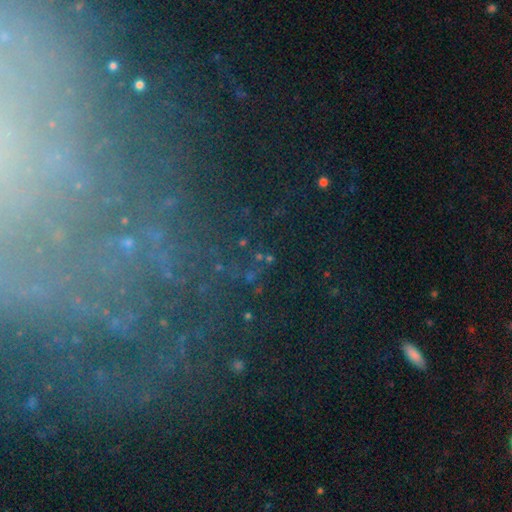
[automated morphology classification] A star or artifact, not a galaxy (56%).